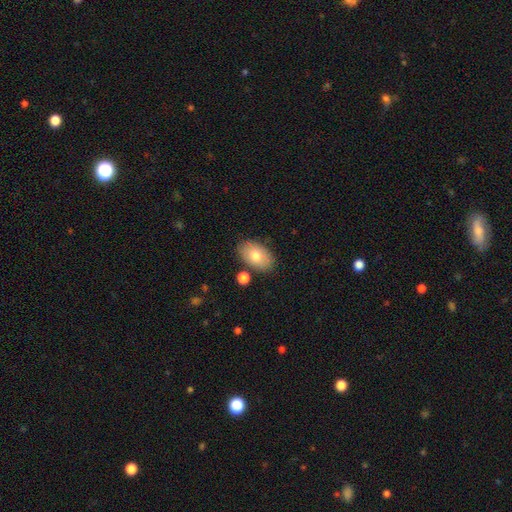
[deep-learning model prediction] Q: Smooth or featured?
A: smooth (77%); runner-up: featured or disk (17%)
Q: How rounded?
A: in between (91%); runner-up: round (8%)
Q: Merging?
A: none (80%); runner-up: minor disturbance (12%)